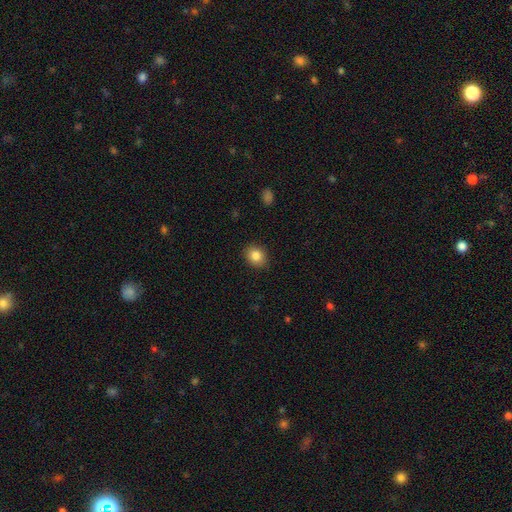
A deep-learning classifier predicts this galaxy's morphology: A smooth galaxy with no disk features (85%) that is round (65%). Merging: none (88%).